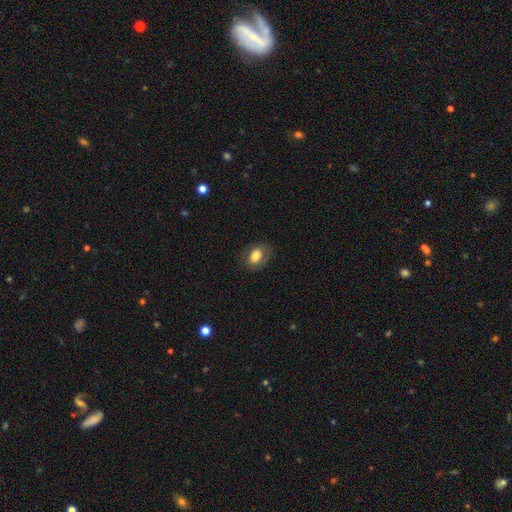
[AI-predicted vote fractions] Smooth or featured: smooth — 77% (featured or disk — 15%)
How rounded: in between — 78% (round — 20%)
Merging: none — 76% (minor disturbance — 16%)